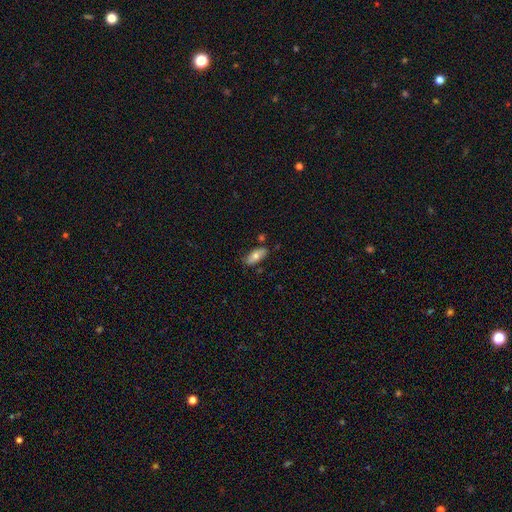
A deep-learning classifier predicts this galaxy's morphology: Smooth or featured? Predicted: smooth (p=0.66). How rounded? Predicted: in between (p=0.81). Merging? Predicted: none (p=0.76).